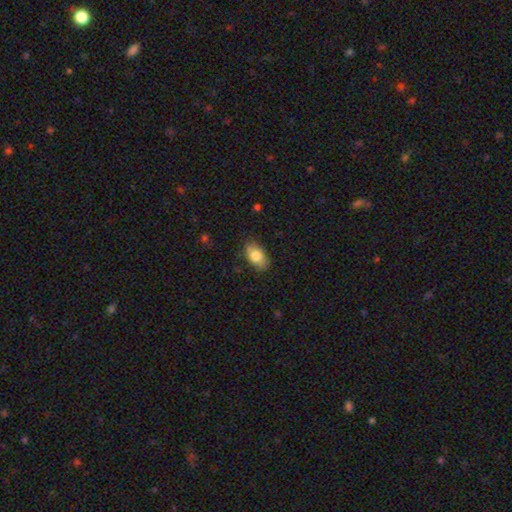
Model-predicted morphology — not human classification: Overall: smooth (79%). How rounded: in between (90%). Merging: none (79%).